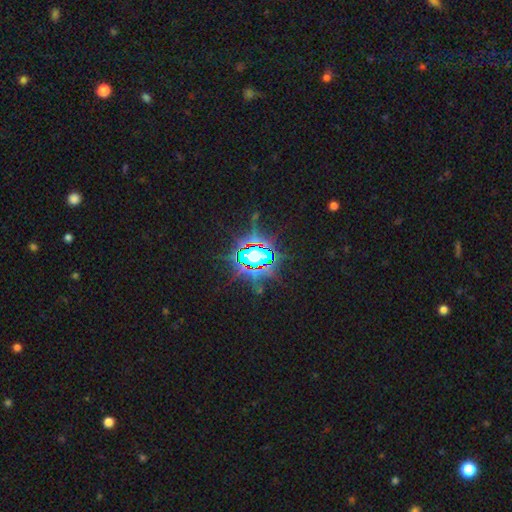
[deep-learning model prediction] The model was most divided on "smooth or featured": star or artifact: 76%, smooth: 12%, featured or disk: 12%.